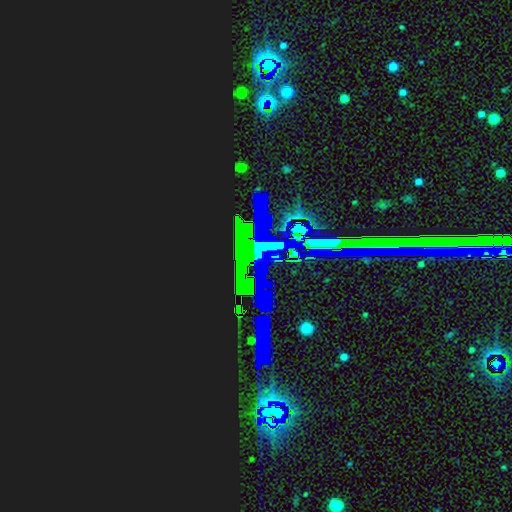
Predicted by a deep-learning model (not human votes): Q: Smooth or featured?
A: star or artifact (81%); runner-up: featured or disk (10%)